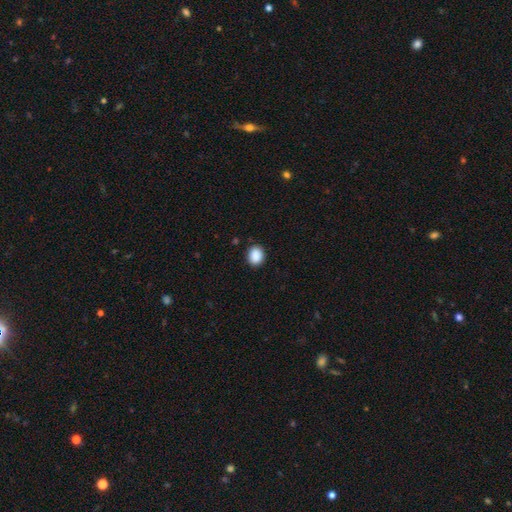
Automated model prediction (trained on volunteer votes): This is clearly a smooth galaxy (90%). How rounded: possibly round (55%). Merging: clearly none (89%).